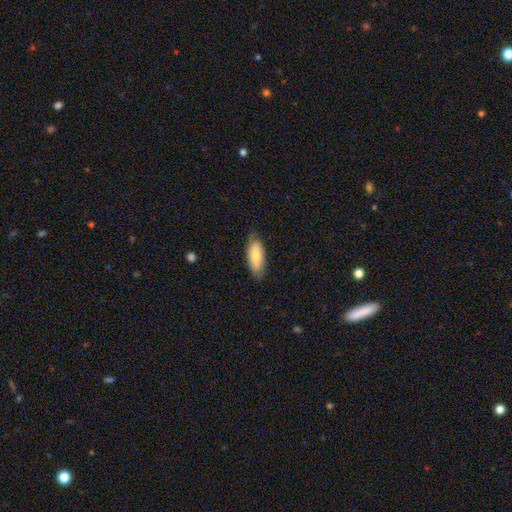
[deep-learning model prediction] smooth-or-featured: smooth: 74% | featured or disk: 20% | star or artifact: 6%
  how-rounded: in between: 81% | cigar-shaped: 17% | round: 2%
  merging: none: 81% | minor disturbance: 16% | major disturbance: 3% | merger: 1%